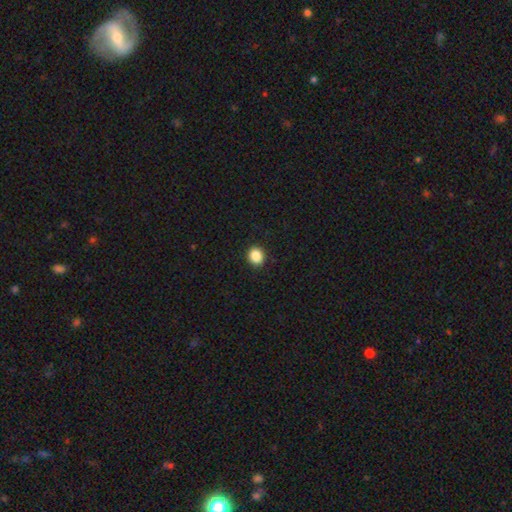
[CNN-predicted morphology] This appears to be a smooth galaxy with no disk features (88%) that is round (74%). Merging: none (92%).